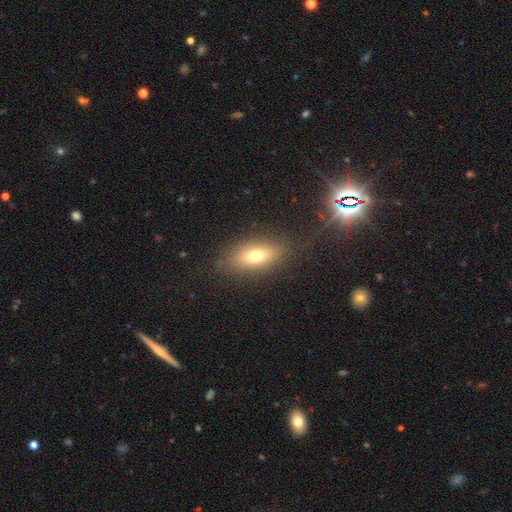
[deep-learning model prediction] Smooth or featured? smooth (68%)
How rounded? in between (78%)
Merging? none (80%)